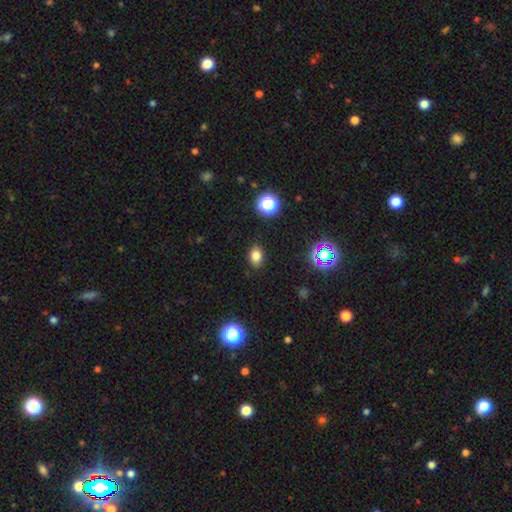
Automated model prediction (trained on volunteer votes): Q: Smooth or featured?
A: smooth (79%); runner-up: star or artifact (15%)
Q: How rounded?
A: in between (77%); runner-up: round (22%)
Q: Merging?
A: none (87%); runner-up: minor disturbance (9%)